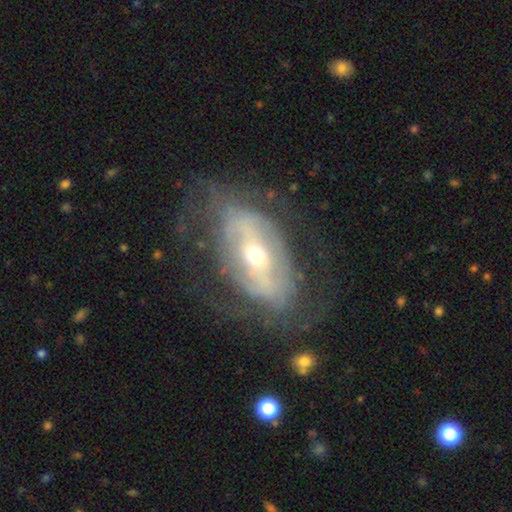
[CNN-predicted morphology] Smooth or featured? featured or disk (78%)
Edge-on disk? no (90%)
Bar? strong (43%)
Spiral arms? yes (61%)
Bulge size? moderate (52%)
Merging? none (63%)